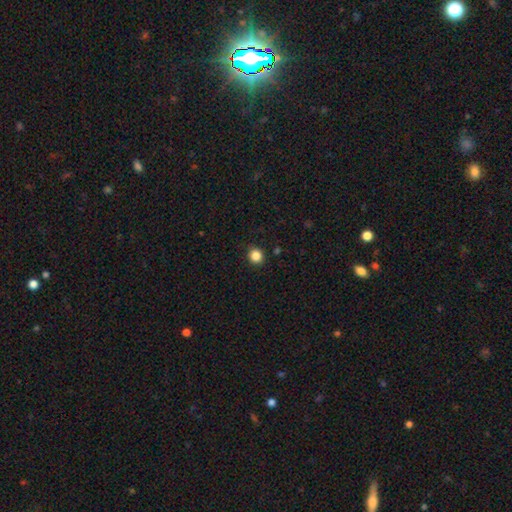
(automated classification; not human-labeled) A smooth galaxy with no disk features (85%) that is round (84%). Merging: none (91%).